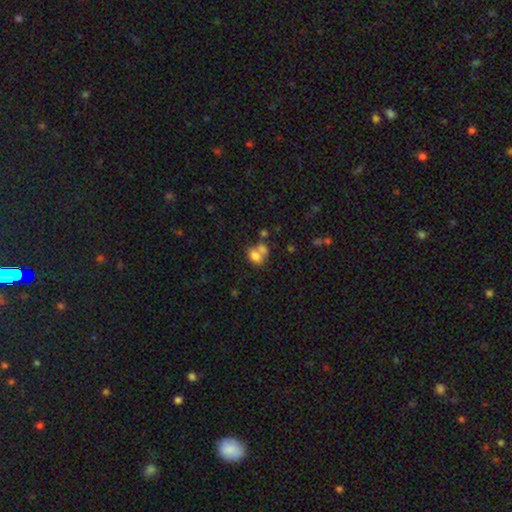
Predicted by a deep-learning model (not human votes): Overall: smooth (74%). How rounded: in between (62%; round 37%). Merging: merger (55%; none 29%).